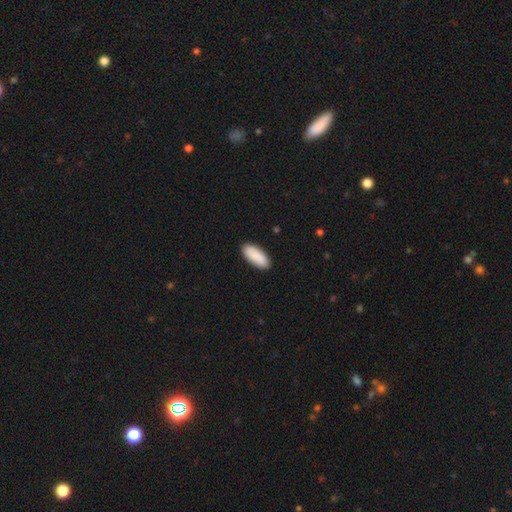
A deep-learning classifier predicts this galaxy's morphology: The model was most divided on "how rounded": in between: 86%, cigar-shaped: 12%, round: 2%. More confident: smooth or featured — smooth (90%); merging — none (89%).